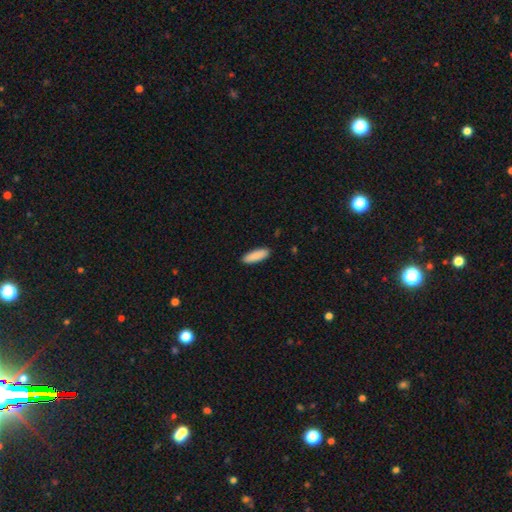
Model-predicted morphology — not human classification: Smooth or featured?
  - smooth: 90% *
  - star or artifact: 6%
  - featured or disk: 4%
How rounded?
  - in between: 56% *
  - cigar-shaped: 42%
  - round: 2%
Merging?
  - none: 90% *
  - minor disturbance: 7%
  - major disturbance: 2%
  - merger: 1%